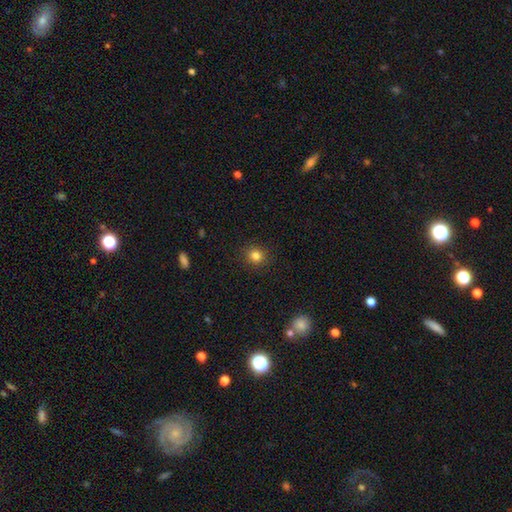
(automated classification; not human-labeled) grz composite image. It shows a smooth galaxy with no disk features (83%) that is round (89%). Merging: none (90%).